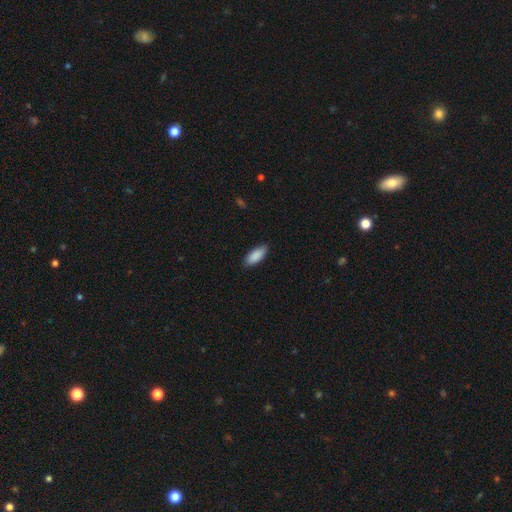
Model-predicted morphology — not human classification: The model was most divided on "how rounded": in between: 86%, cigar-shaped: 12%, round: 2%. More confident: smooth or featured — smooth (90%); merging — none (86%).